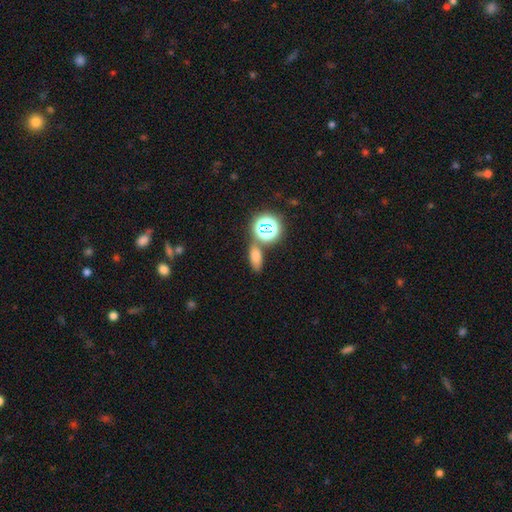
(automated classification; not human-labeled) smooth-or-featured: smooth: 69% | star or artifact: 23% | featured or disk: 8%
  how-rounded: in between: 74% | round: 15% | cigar-shaped: 11%
  merging: none: 67% | merger: 17% | minor disturbance: 12% | major disturbance: 4%